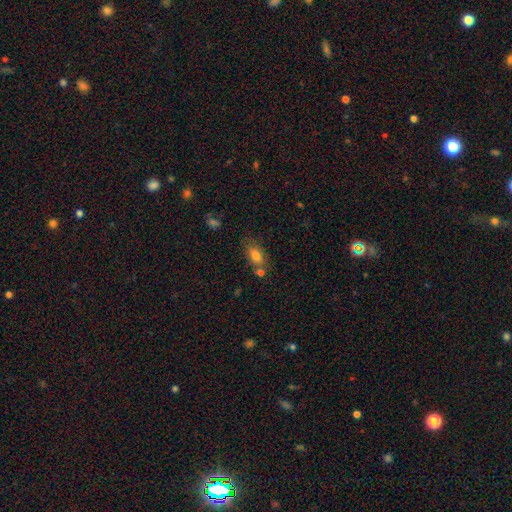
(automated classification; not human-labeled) smooth_or_featured: smooth (p=0.79) [alt: featured or disk p=0.12]
how_rounded: in between (p=0.85) [alt: round p=0.09]
merging: none (p=0.60) [alt: merger p=0.18]